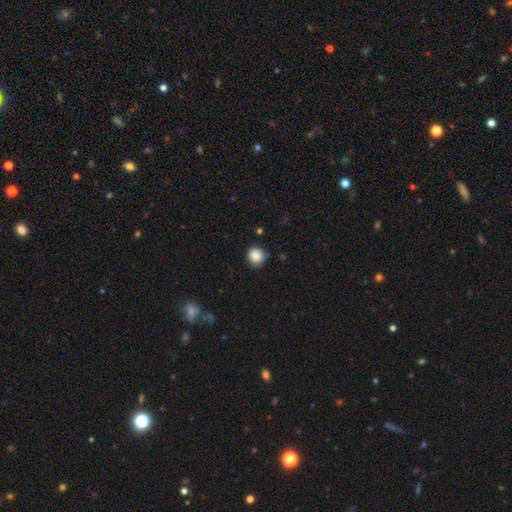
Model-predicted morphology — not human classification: smooth_or_featured: smooth (p=0.87) [alt: star or artifact p=0.09]
how_rounded: round (p=0.86) [alt: in between p=0.13]
merging: none (p=0.78) [alt: minor disturbance p=0.17]